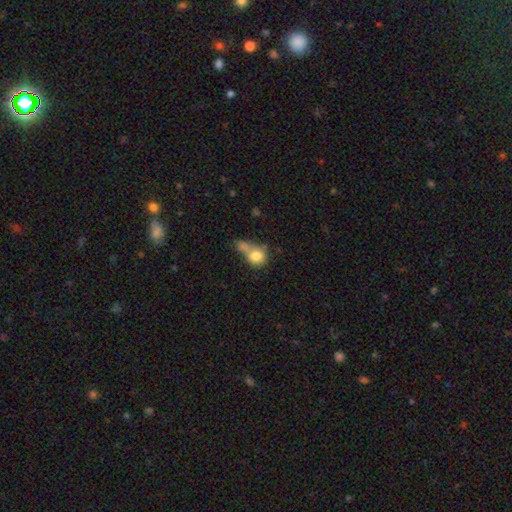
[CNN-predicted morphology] smooth_or_featured: smooth (p=0.79) [alt: featured or disk p=0.12]
how_rounded: round (p=0.72) [alt: in between p=0.26]
merging: merger (p=0.49) [alt: none p=0.27]